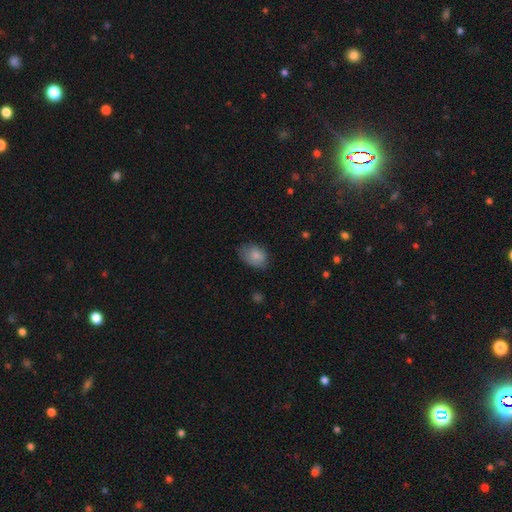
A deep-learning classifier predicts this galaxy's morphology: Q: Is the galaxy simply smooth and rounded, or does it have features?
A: smooth — 82%.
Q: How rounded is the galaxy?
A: in between — 79%.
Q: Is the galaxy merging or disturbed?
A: none — 65%.